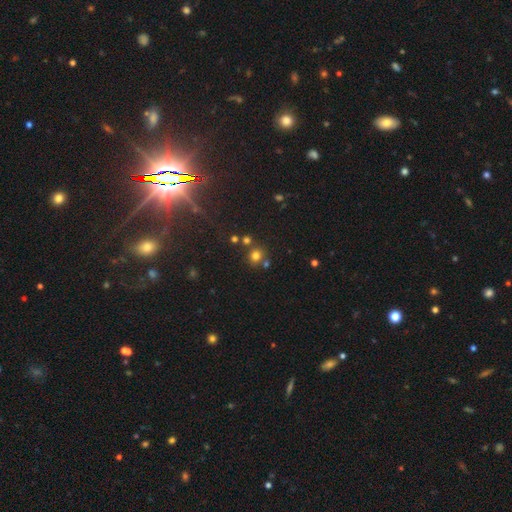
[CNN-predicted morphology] The model was most divided on "smooth or featured": smooth: 73%, star or artifact: 20%, featured or disk: 7%. More confident: how rounded — round (87%); merging — none (73%).